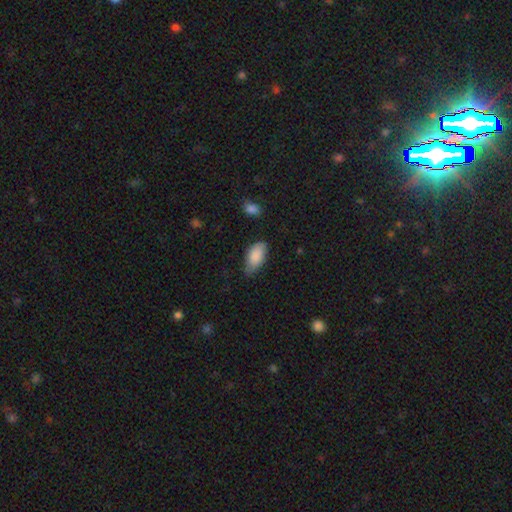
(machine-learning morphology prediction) A smooth galaxy with no disk features (87%) that is in between round and cigar-shaped (93%). Merging: none (57%).